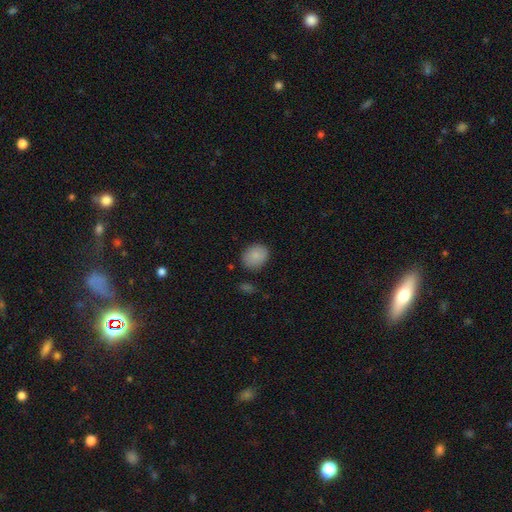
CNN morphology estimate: This appears to be a smooth galaxy with no disk features (87%) that is in between round and cigar-shaped (52%). Merging: none (79%).